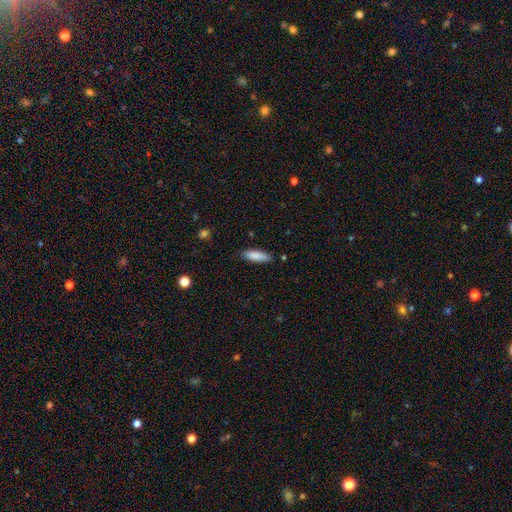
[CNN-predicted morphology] A smooth galaxy with no disk features (85%) that is cigar-shaped (58%). Merging: none (83%).